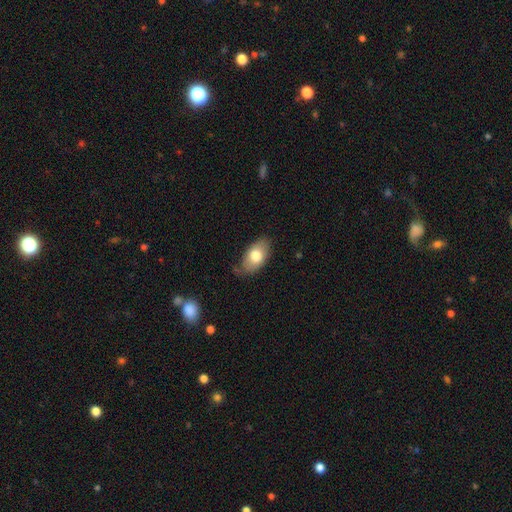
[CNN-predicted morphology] Smooth or featured? Predicted: smooth (p=0.76). How rounded? Predicted: in between (p=0.92). Merging? Predicted: none (p=0.67).